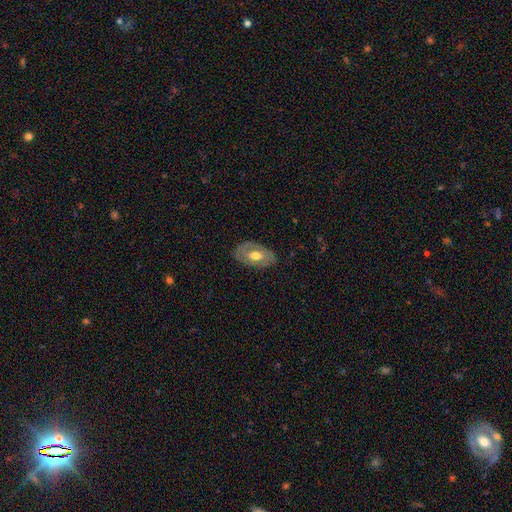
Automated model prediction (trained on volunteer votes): Smooth or featured?
  - featured or disk: 50% *
  - smooth: 44%
  - star or artifact: 6%
Merging?
  - none: 77% *
  - minor disturbance: 17%
  - major disturbance: 5%
  - merger: 1%